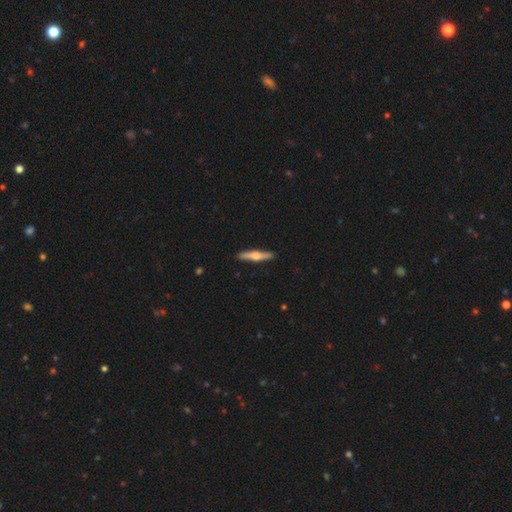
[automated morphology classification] The model was most divided on "smooth or featured": featured or disk: 58%, smooth: 37%, star or artifact: 5%. More confident: edge-on disk — yes (96%); edge-on bulge — rounded (92%); merging — none (91%).